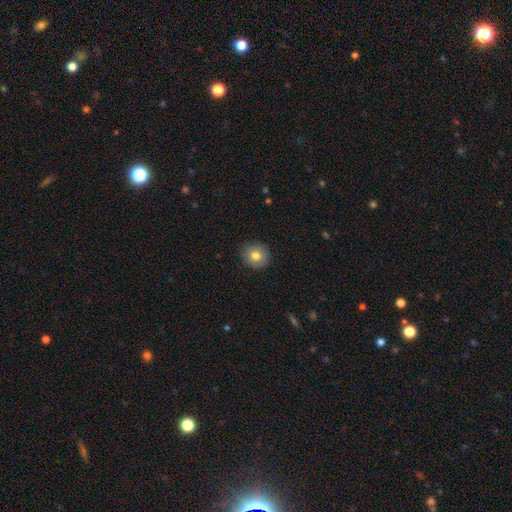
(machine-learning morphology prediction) A smooth galaxy with no disk features (79%) that is round (86%).

Vote fractions:
- Smooth or featured? smooth: 79% / featured or disk: 12% / star or artifact: 9%
- How rounded? round: 86% / in between: 13% / cigar-shaped: 1%
- Merging? none: 89% / minor disturbance: 8% / major disturbance: 2% / merger: 1%